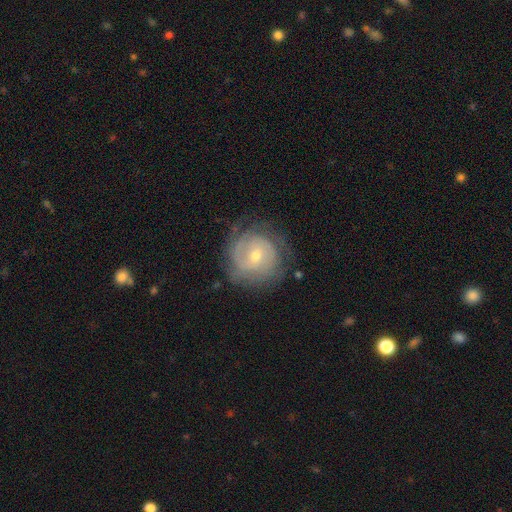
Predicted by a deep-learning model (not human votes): Morphology: type=featured or disk (71%); edge-on=no (97%); bar=no (59%); spiral arms=yes (85%); winding=tight (64%); arm count=can't tell (40%); bulge=small (50%); merging=none (70%).